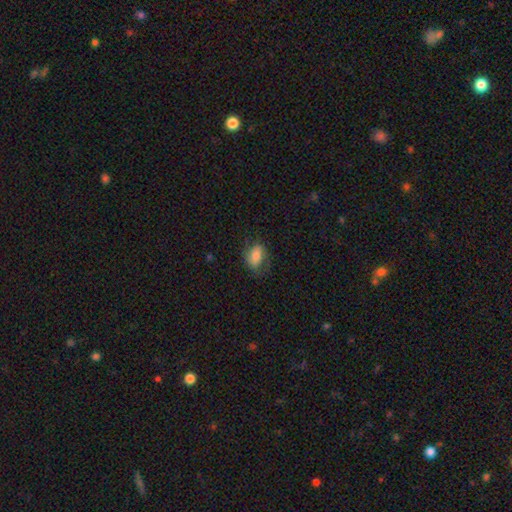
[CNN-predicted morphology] type=smooth (73%); roundness=in between (84%); merging=none (66%).